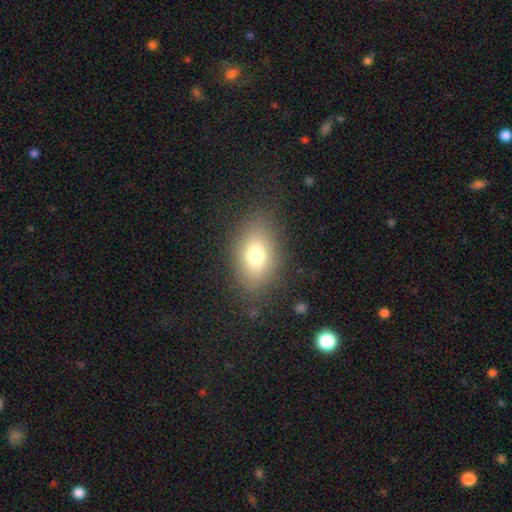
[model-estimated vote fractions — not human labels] A smooth galaxy with no disk features (75%) that is in between round and cigar-shaped (82%). Merging: none (81%).